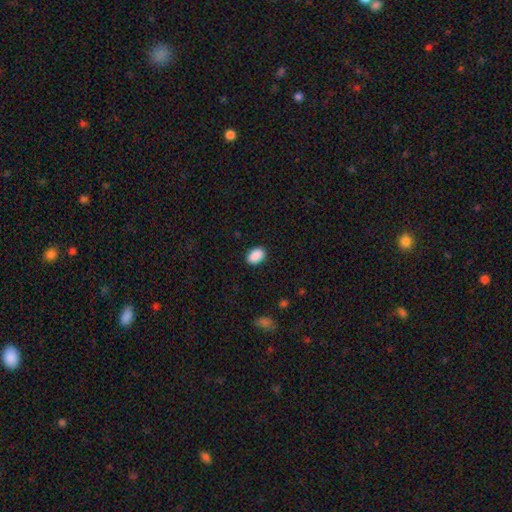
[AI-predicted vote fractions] Smooth or featured?
  - smooth: 90% *
  - star or artifact: 7%
  - featured or disk: 2%
How rounded?
  - in between: 85% *
  - round: 14%
  - cigar-shaped: 1%
Merging?
  - none: 89% *
  - minor disturbance: 8%
  - major disturbance: 2%
  - merger: 1%